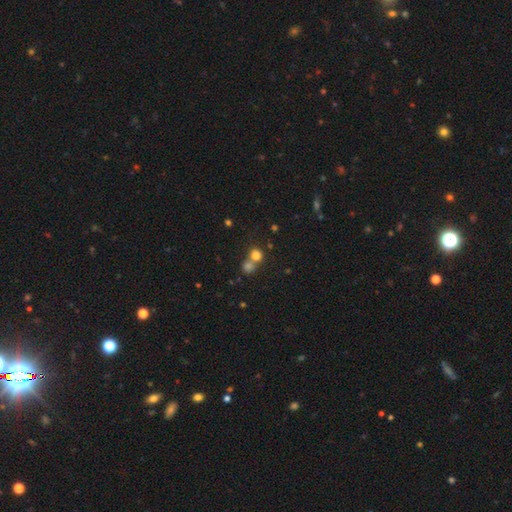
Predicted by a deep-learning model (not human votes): This is likely a smooth galaxy (77%). How rounded: clearly round (80%). Merging: possibly merger (47%).